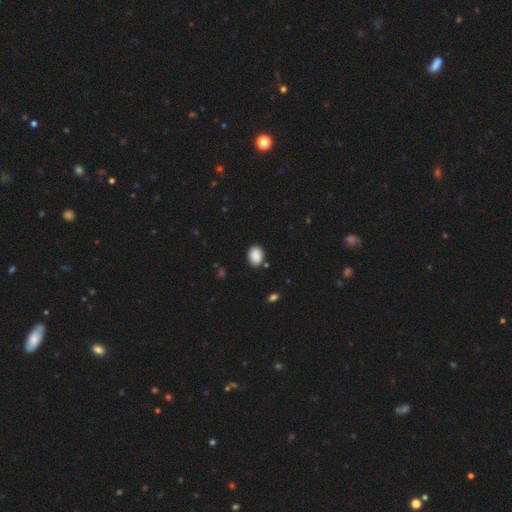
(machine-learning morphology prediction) The model was most divided on "how rounded": in between: 69%, round: 30%, cigar-shaped: 1%. More confident: smooth or featured — smooth (88%); merging — none (84%).